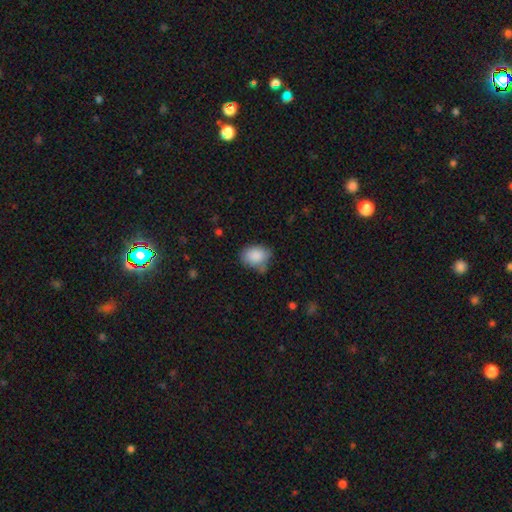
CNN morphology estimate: Smooth or featured?
  - smooth: 87% *
  - star or artifact: 8%
  - featured or disk: 5%
How rounded?
  - in between: 67% *
  - round: 32%
  - cigar-shaped: 1%
Merging?
  - none: 64% *
  - minor disturbance: 25%
  - major disturbance: 6%
  - merger: 5%